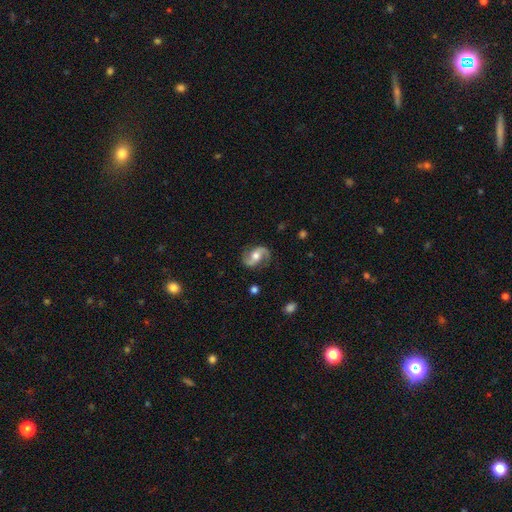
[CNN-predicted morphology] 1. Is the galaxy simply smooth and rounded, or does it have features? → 85% featured or disk, 10% smooth, 6% star or artifact.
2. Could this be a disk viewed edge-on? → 97% no, 3% yes.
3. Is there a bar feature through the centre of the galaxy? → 47% no, 37% weak, 17% strong.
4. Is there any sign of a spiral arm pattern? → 96% yes, 4% no.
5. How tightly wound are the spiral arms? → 44% loose (tied), 44% medium (tied), 12% tight.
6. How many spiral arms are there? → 93% 2, 2% 1, 2% can't tell, 1% 3, 1% 4, 1% more than 4.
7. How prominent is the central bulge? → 70% moderate, 14% large, 13% small, 2% none, 1% dominant.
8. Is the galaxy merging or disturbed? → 81% none, 13% minor disturbance, 5% major disturbance, 1% merger.